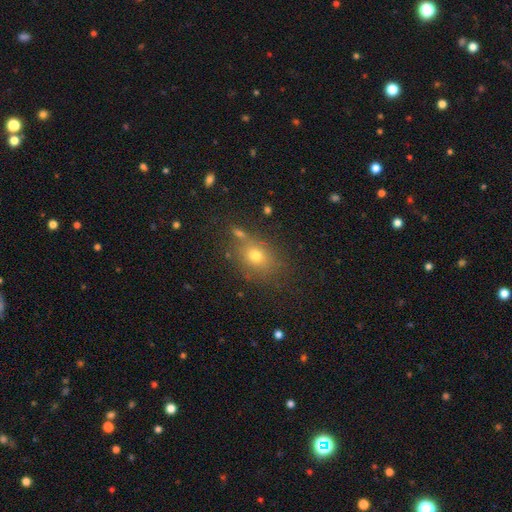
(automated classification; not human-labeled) Morphology: type=smooth (71%); roundness=in between (54%); merging=none (70%).